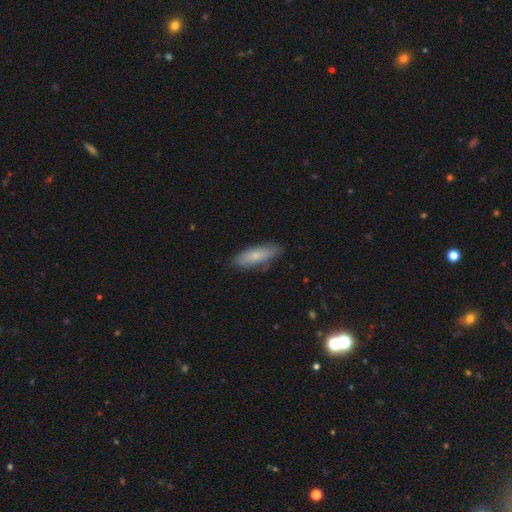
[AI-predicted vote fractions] A smooth galaxy with no disk features (73%) that is in between round and cigar-shaped (54%).

Vote fractions:
- Smooth or featured? smooth: 73% / featured or disk: 20% / star or artifact: 6%
- How rounded? in between: 54% / cigar-shaped: 44% / round: 2%
- Merging? none: 79% / minor disturbance: 16% / major disturbance: 3% / merger: 2%